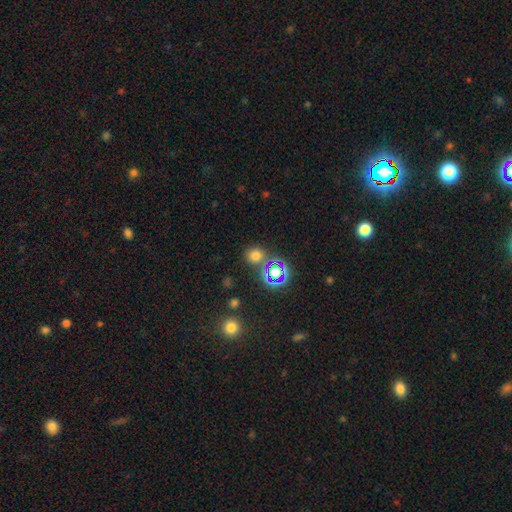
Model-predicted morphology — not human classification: This appears to be a smooth galaxy with no disk features (65%) that is round (83%). Merging: none (75%).